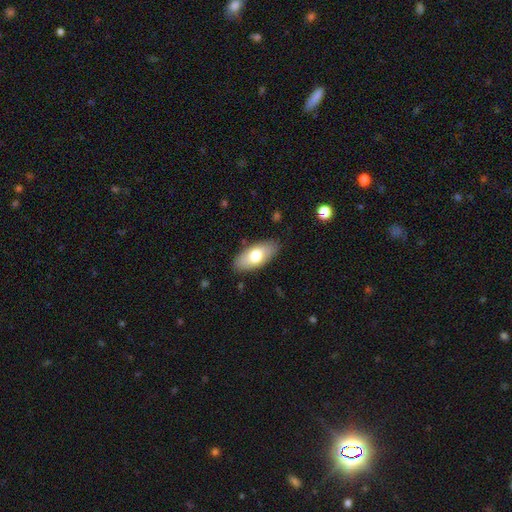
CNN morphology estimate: Smooth or featured? Predicted: smooth (p=0.70). How rounded? Predicted: in between (p=0.88). Merging? Predicted: none (p=0.86).